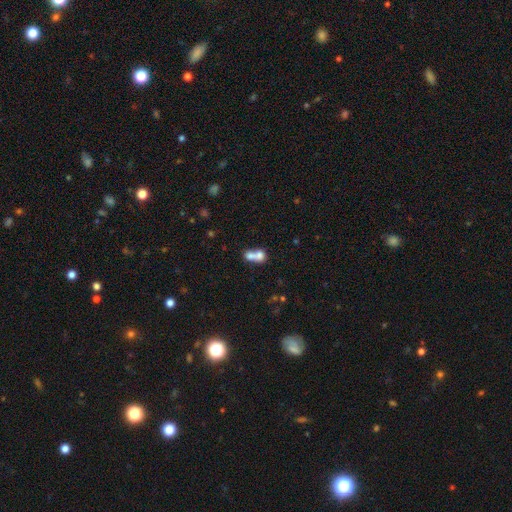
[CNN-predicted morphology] Smooth or featured? Predicted: smooth (p=0.68). How rounded? Predicted: in between (p=0.48, tied with round). Merging? Predicted: merger (p=0.73).